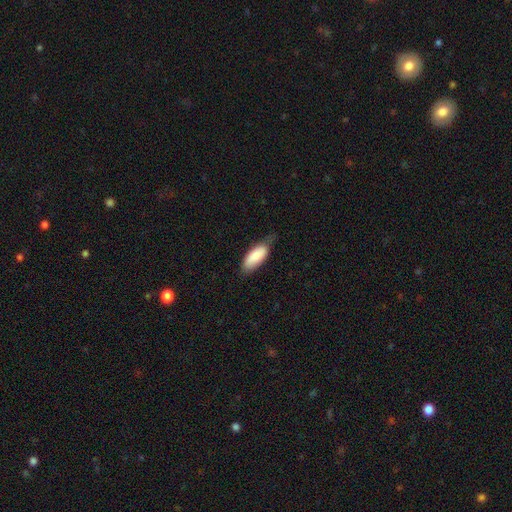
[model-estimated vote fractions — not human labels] Smooth or featured? Predicted: smooth (p=0.85). How rounded? Predicted: in between (p=0.83). Merging? Predicted: none (p=0.49).